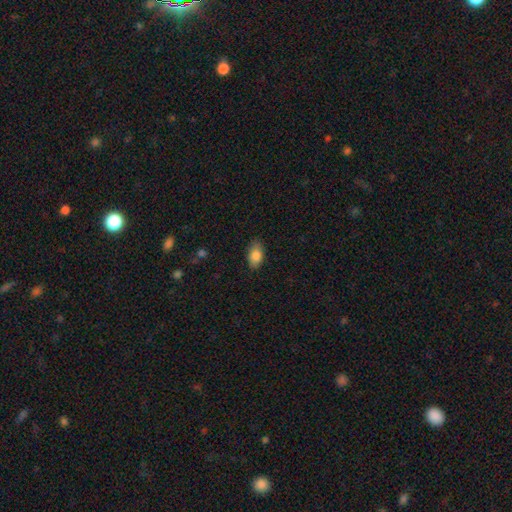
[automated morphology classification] Overall: smooth (84%). How rounded: in between (91%). Merging: none (84%).